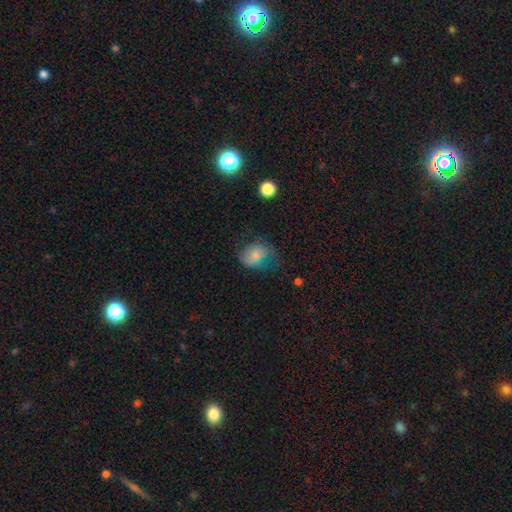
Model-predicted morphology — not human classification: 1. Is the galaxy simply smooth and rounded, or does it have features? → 72% smooth, 18% featured or disk, 10% star or artifact.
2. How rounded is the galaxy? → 59% in between, 40% round, 1% cigar-shaped.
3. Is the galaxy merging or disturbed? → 43% none, 31% minor disturbance, 24% major disturbance, 3% merger.